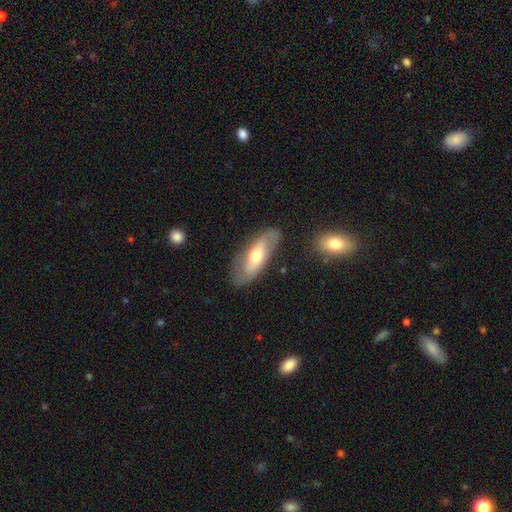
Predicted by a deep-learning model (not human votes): Smooth or featured? featured or disk (52%)
Edge-on disk? no (75%)
Merging? none (78%)